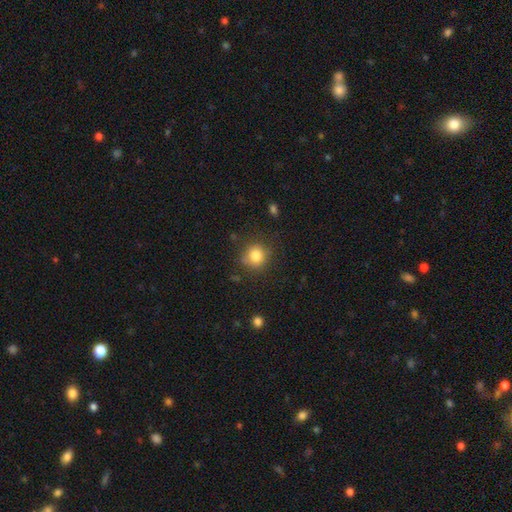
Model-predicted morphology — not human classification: smooth_or_featured: smooth (p=0.83) [alt: star or artifact p=0.11]
how_rounded: round (p=0.89) [alt: in between p=0.10]
merging: none (p=0.81) [alt: minor disturbance p=0.13]